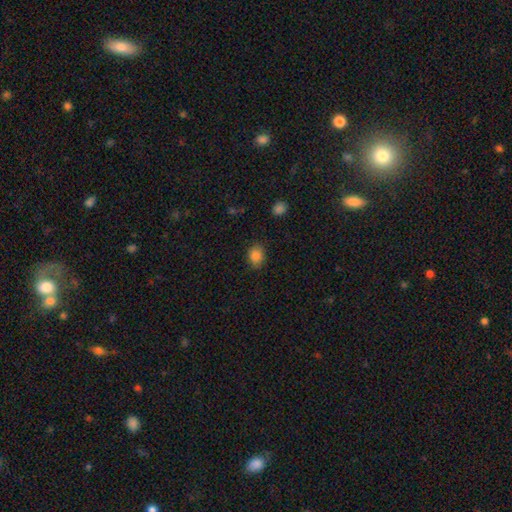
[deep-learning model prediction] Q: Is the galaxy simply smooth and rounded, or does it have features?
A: smooth — 84%.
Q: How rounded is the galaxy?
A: in between — 59%.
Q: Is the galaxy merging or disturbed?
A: none — 82%.